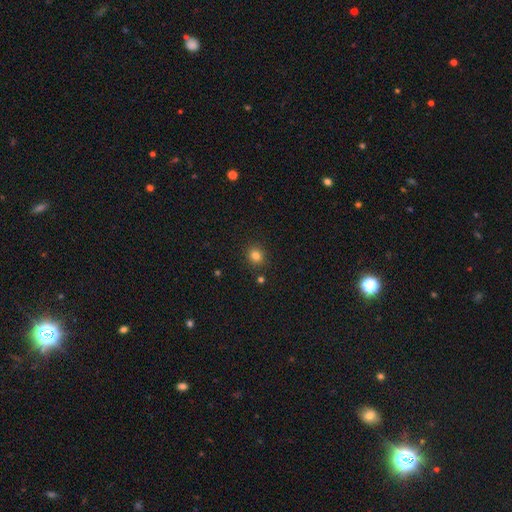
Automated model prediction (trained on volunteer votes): smooth-or-featured: smooth: 80% | star or artifact: 14% | featured or disk: 6%
  how-rounded: round: 82% | in between: 17% | cigar-shaped: 1%
  merging: none: 87% | minor disturbance: 7% | merger: 3% | major disturbance: 2%